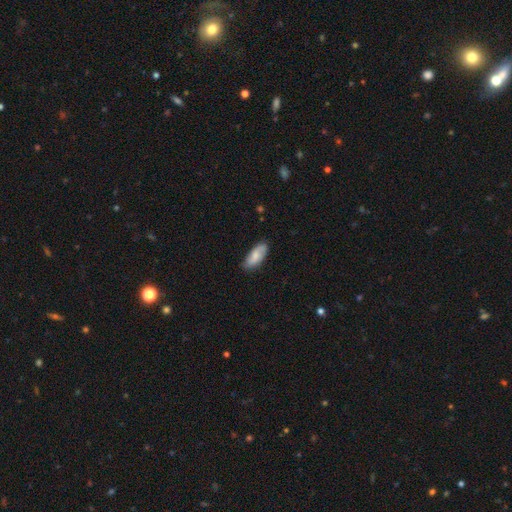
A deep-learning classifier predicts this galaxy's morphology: Q: Smooth or featured?
A: smooth (70%); runner-up: featured or disk (24%)
Q: How rounded?
A: in between (80%); runner-up: cigar-shaped (18%)
Q: Merging?
A: none (78%); runner-up: minor disturbance (18%)